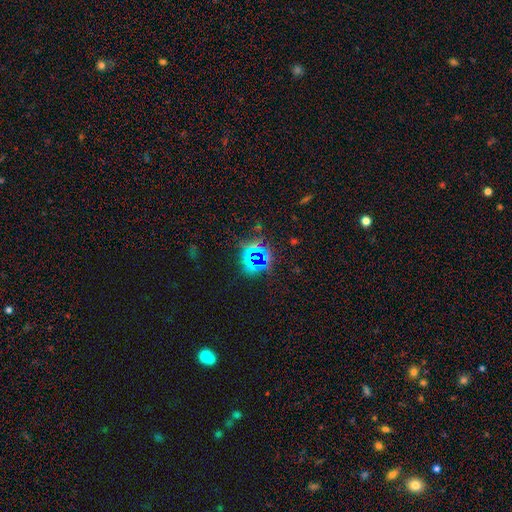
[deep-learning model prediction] Overall: star or artifact (76%).